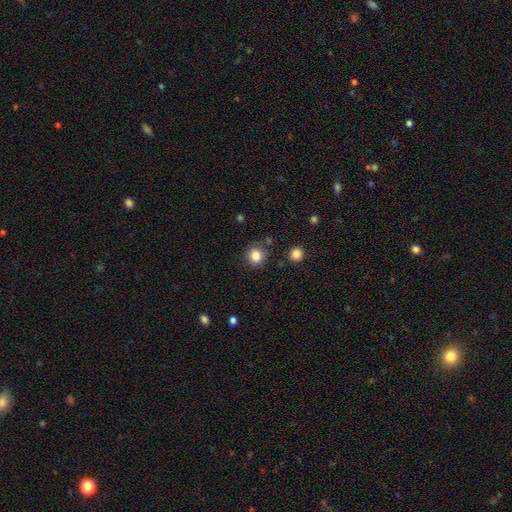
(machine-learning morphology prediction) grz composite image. It shows a smooth galaxy with no disk features (85%) that is round (85%). Merging: none (83%).